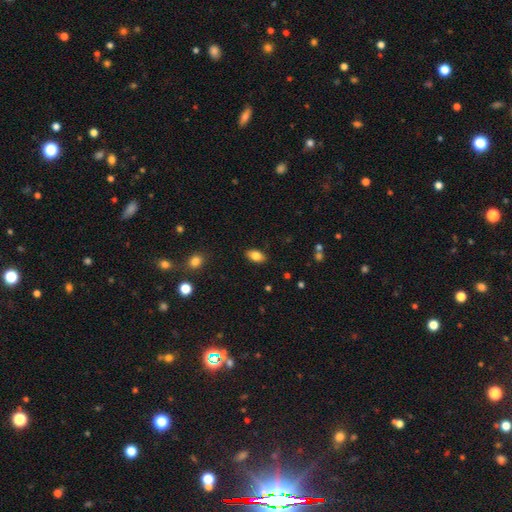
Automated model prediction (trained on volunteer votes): Overall: smooth (83%). How rounded: in between (91%). Merging: none (88%).